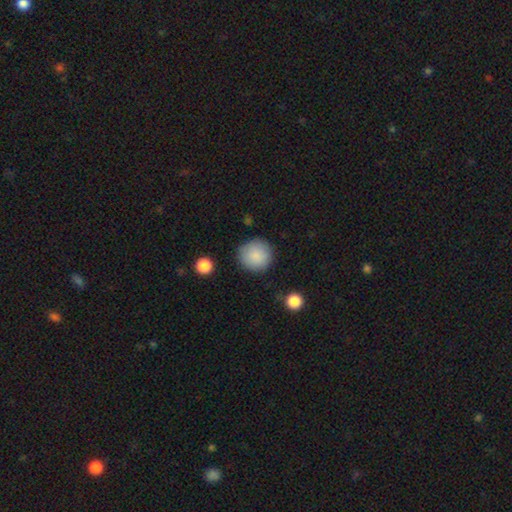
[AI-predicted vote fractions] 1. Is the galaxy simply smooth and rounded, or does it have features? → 88% smooth, 7% star or artifact, 5% featured or disk.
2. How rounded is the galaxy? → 94% round, 5% in between, 1% cigar-shaped.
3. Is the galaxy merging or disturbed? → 86% none, 10% minor disturbance, 3% major disturbance, 2% merger.